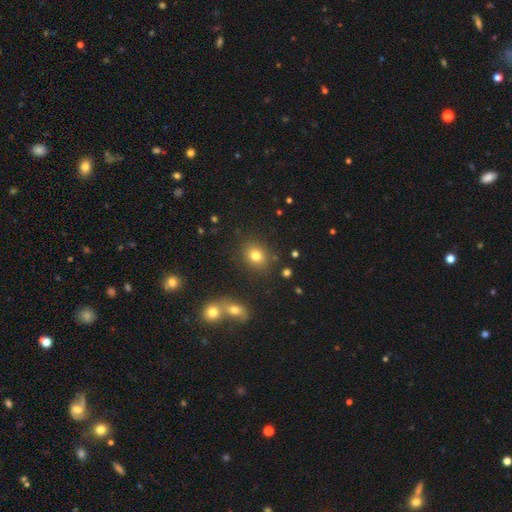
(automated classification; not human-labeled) The model was most divided on "how rounded": round: 59%, in between: 40%, cigar-shaped: 1%. More confident: merging — none (81%); smooth or featured — smooth (78%).